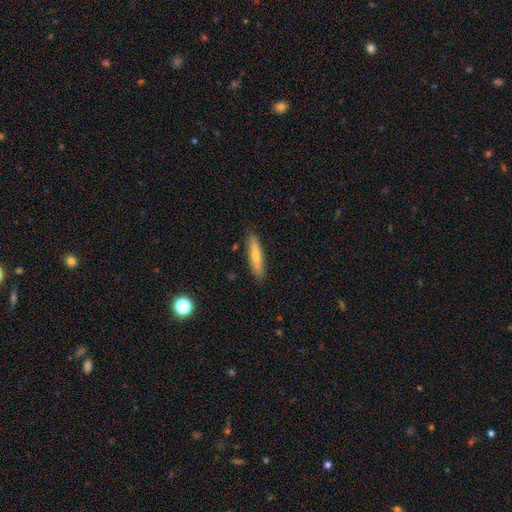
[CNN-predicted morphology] type=smooth (63%); roundness=cigar-shaped (82%); merging=none (86%).